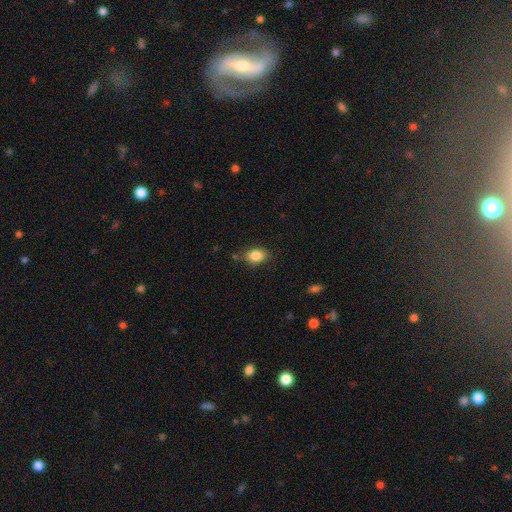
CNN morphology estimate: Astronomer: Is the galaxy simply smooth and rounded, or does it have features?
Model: smooth — 85%.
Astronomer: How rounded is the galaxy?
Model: in between — 75%.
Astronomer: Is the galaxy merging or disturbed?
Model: none — 77%.